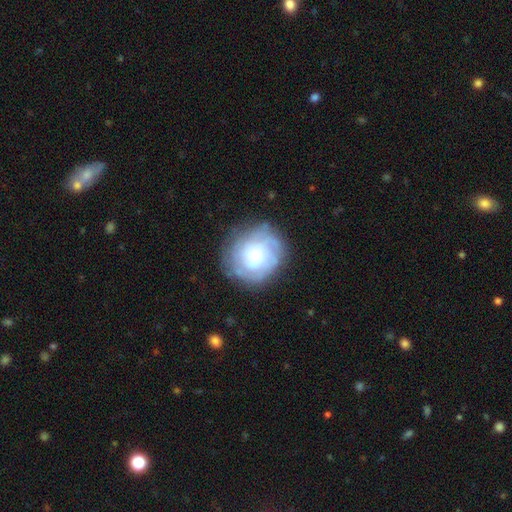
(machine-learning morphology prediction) Smooth or featured? Predicted: featured or disk (p=0.69). Edge-on disk? Predicted: no (p=0.98). Bar? Predicted: no (p=0.78). Spiral arms? Predicted: yes (p=0.89). Spiral winding? Predicted: tight (p=0.69). Spiral arm count? Predicted: can't tell (p=0.47). Bulge size? Predicted: small (p=0.60). Merging? Predicted: none (p=0.75).